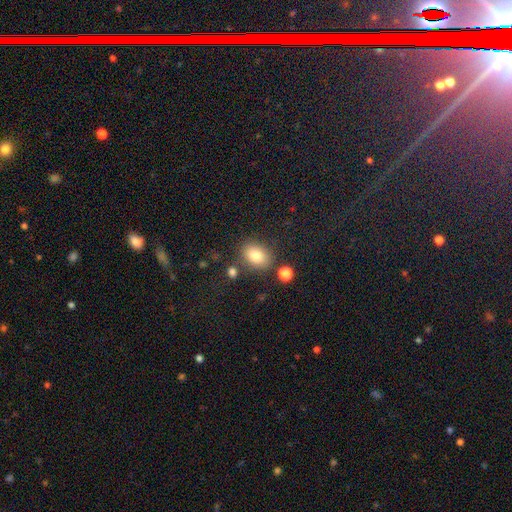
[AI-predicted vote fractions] Smooth or featured?
  - smooth: 82% *
  - star or artifact: 10%
  - featured or disk: 8%
How rounded?
  - in between: 67% *
  - round: 31%
  - cigar-shaped: 1%
Merging?
  - none: 77% *
  - minor disturbance: 12%
  - merger: 6%
  - major disturbance: 4%